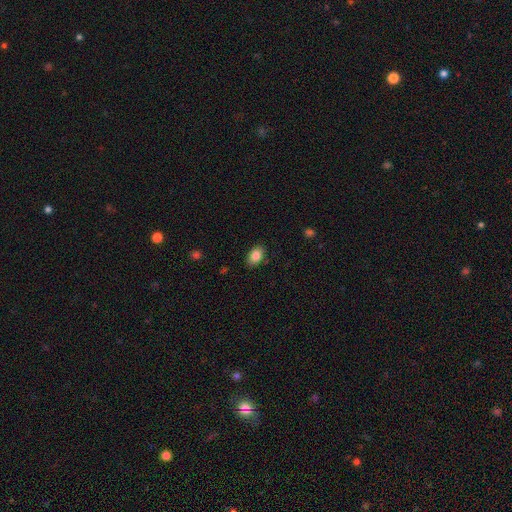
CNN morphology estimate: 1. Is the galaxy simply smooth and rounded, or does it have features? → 86% smooth, 8% star or artifact, 6% featured or disk.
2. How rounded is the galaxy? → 86% in between, 13% round, 1% cigar-shaped.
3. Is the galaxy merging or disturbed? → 86% none, 10% minor disturbance, 2% major disturbance, 1% merger.